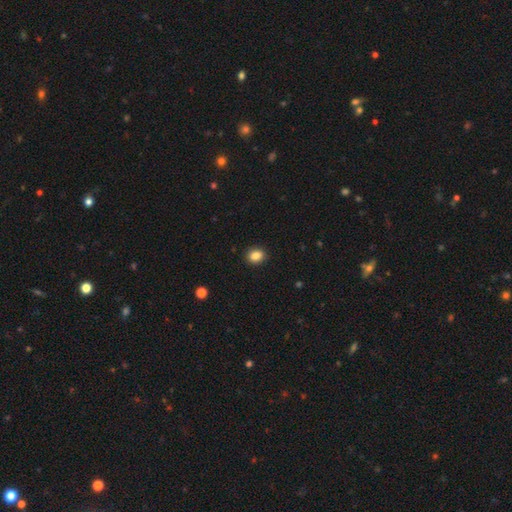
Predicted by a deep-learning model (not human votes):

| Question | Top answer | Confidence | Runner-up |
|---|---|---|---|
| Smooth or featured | smooth | 86% | star or artifact (10%) |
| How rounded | round | 53% | in between (46%) |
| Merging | none | 91% | minor disturbance (7%) |